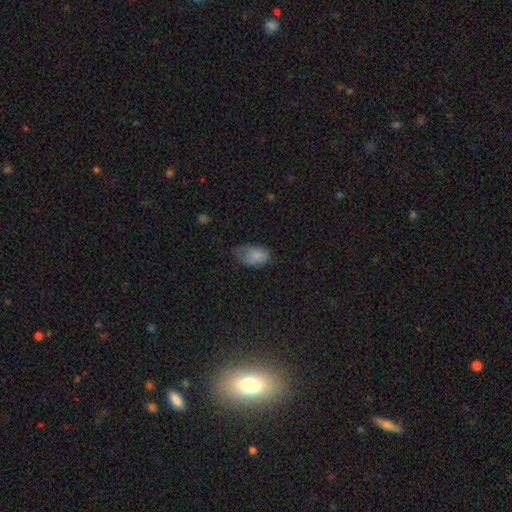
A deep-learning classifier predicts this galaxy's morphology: A smooth galaxy with no disk features (83%) that is in between round and cigar-shaped (90%).

Vote fractions:
- Smooth or featured? smooth: 83% / star or artifact: 9% / featured or disk: 8%
- How rounded? in between: 90% / round: 8% / cigar-shaped: 1%
- Merging? none: 43% / minor disturbance: 42% / major disturbance: 13% / merger: 2%